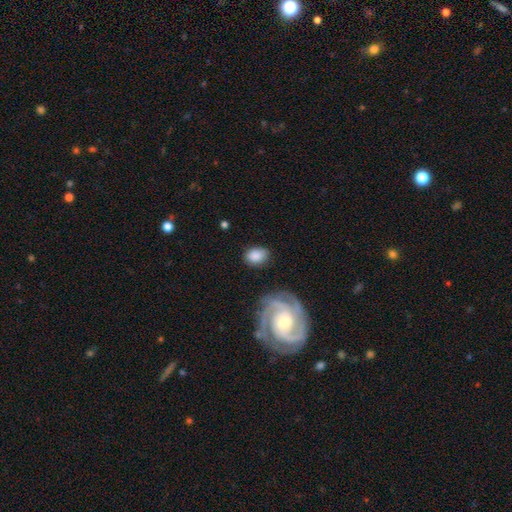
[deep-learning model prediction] A smooth galaxy with no disk features (79%) that is in between round and cigar-shaped (70%). Merging: none (77%).